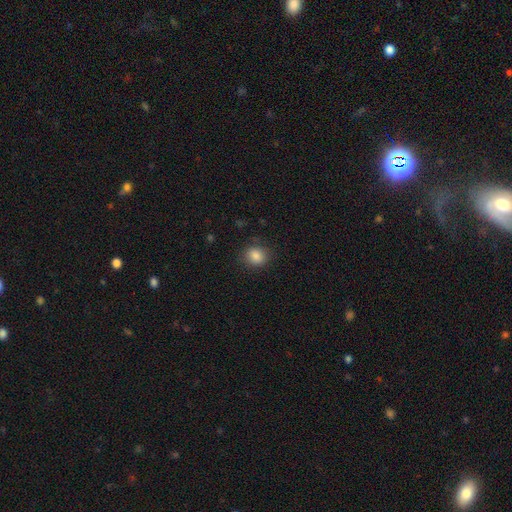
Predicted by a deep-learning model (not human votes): Smooth or featured? Predicted: smooth (p=0.85). How rounded? Predicted: round (p=0.71). Merging? Predicted: none (p=0.84).